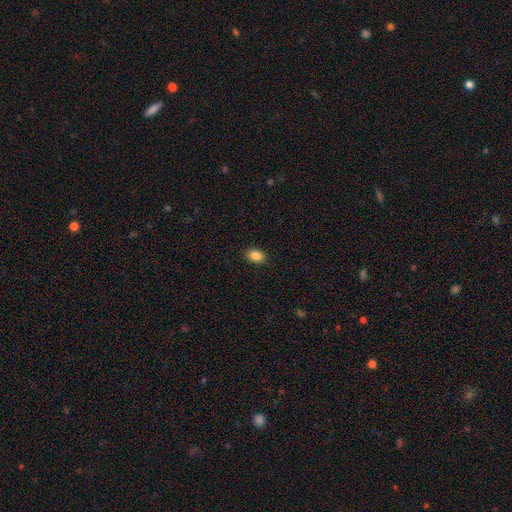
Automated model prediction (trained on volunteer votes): smooth_or_featured: smooth (p=0.86) [alt: star or artifact p=0.09]
how_rounded: in between (p=0.77) [alt: round p=0.22]
merging: none (p=0.90) [alt: minor disturbance p=0.08]